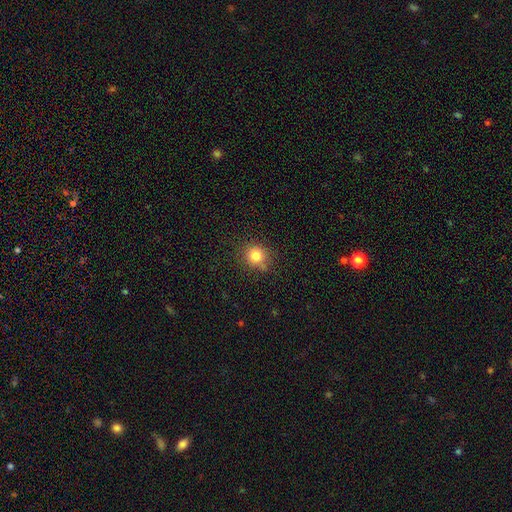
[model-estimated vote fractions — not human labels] A smooth galaxy with no disk features (82%) that is round (87%).

Vote fractions:
- Smooth or featured? smooth: 82% / star or artifact: 12% / featured or disk: 6%
- How rounded? round: 87% / in between: 12% / cigar-shaped: 1%
- Merging? none: 77% / minor disturbance: 14% / merger: 6% / major disturbance: 4%